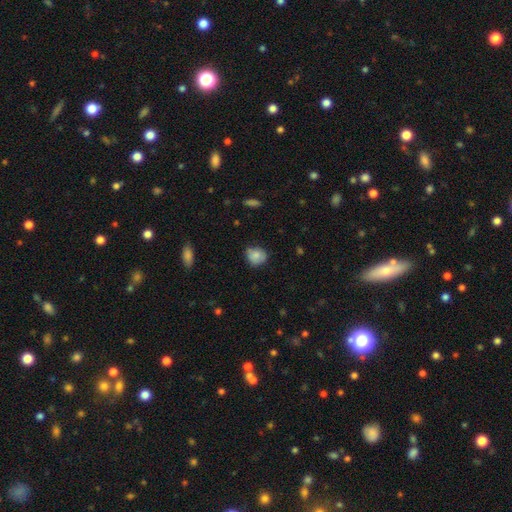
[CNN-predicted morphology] Smooth or featured?
  - smooth: 79% *
  - featured or disk: 13%
  - star or artifact: 8%
How rounded?
  - round: 64% *
  - in between: 35%
  - cigar-shaped: 1%
Merging?
  - none: 65% *
  - minor disturbance: 29%
  - major disturbance: 5%
  - merger: 2%